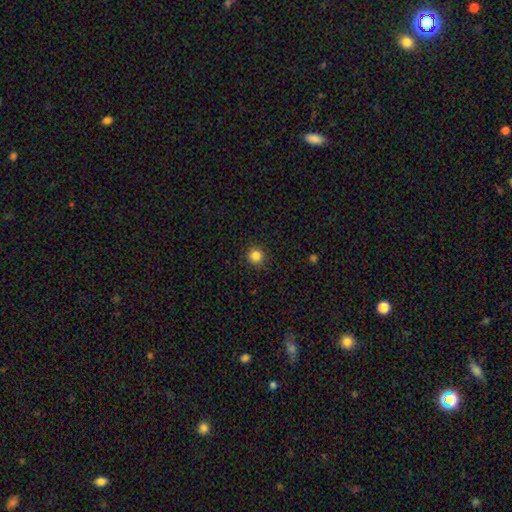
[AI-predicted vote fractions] This is clearly a smooth galaxy (85%). How rounded: clearly round (95%). Merging: clearly none (90%).